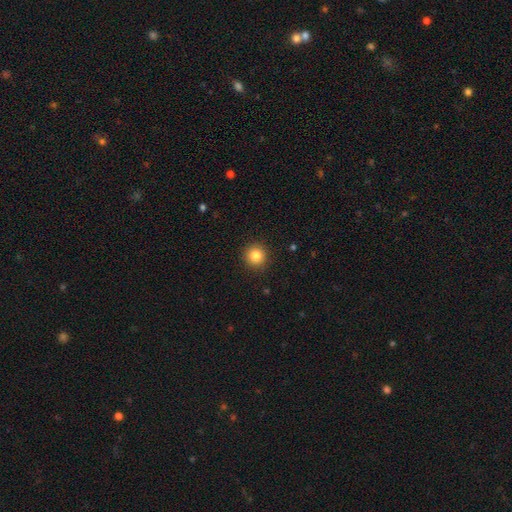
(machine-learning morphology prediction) A smooth galaxy with no disk features (84%) that is round (94%).

Vote fractions:
- Smooth or featured? smooth: 84% / star or artifact: 11% / featured or disk: 5%
- How rounded? round: 94% / in between: 5% / cigar-shaped: 1%
- Merging? none: 92% / minor disturbance: 5% / major disturbance: 2% / merger: 1%